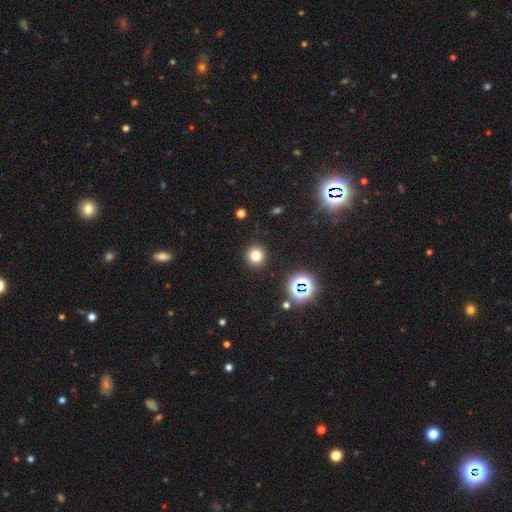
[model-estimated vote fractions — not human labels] Morphology: type=smooth (75%); roundness=round (92%); merging=none (91%).